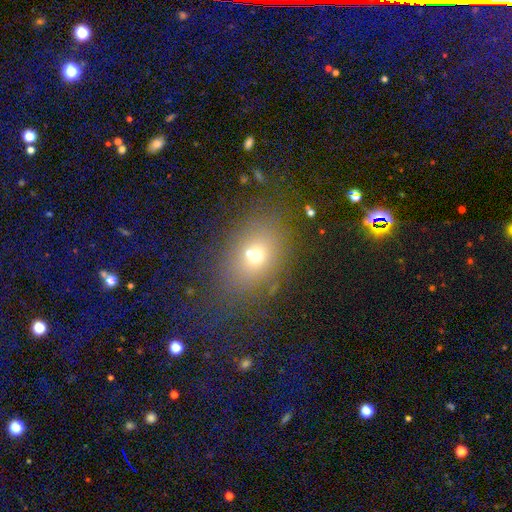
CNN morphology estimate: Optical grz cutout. It shows a smooth galaxy with no disk features (61%) that is in between round and cigar-shaped (57%). Merging: none (58%).